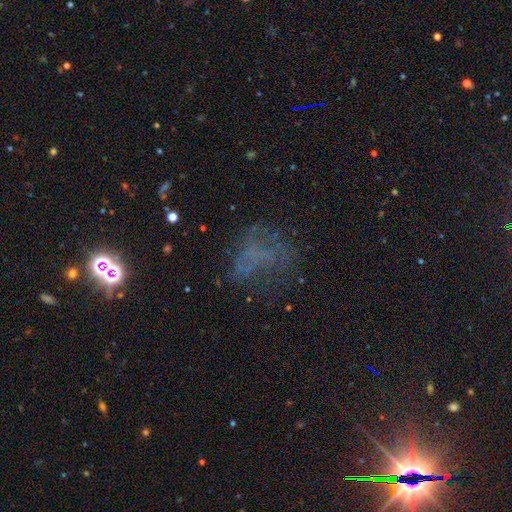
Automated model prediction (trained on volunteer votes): Q: Smooth or featured?
A: featured or disk (37%); tied with: star or artifact (37%)
Q: Merging?
A: none (47%); runner-up: major disturbance (31%)